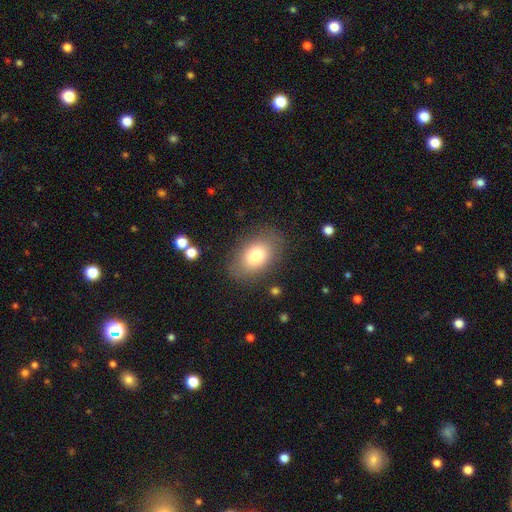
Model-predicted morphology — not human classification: Smooth or featured? Predicted: smooth (p=0.77). How rounded? Predicted: in between (p=0.82). Merging? Predicted: none (p=0.82).